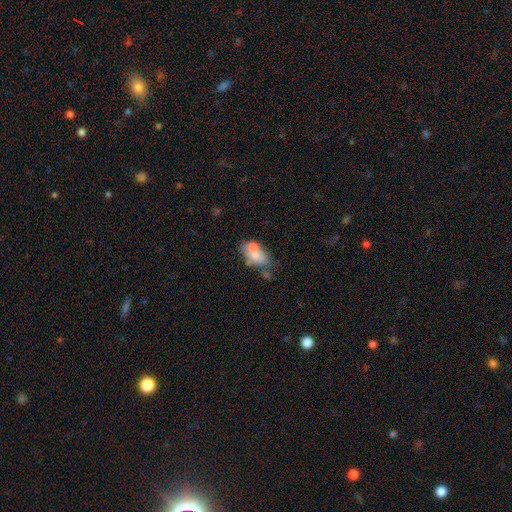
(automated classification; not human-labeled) Smooth or featured: smooth — 63% (featured or disk — 29%)
How rounded: in between — 87% (round — 10%)
Merging: merger — 38% (none — 34%)